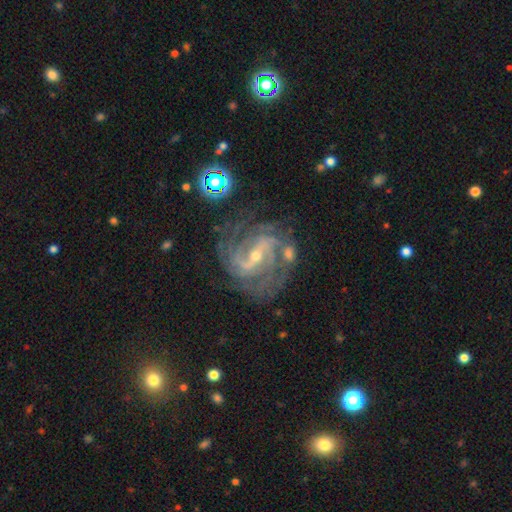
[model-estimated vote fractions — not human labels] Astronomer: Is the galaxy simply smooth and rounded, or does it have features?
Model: featured or disk — 90%.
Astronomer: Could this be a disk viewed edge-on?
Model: no — 97%.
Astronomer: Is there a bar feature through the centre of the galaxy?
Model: strong — 47% (runner-up: weak, 39%).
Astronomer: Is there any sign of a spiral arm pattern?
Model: yes — 97%.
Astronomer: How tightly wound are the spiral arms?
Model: tight — 48% (runner-up: medium, 42%).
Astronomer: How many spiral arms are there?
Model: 2 — 33% (runner-up: 3, 22%).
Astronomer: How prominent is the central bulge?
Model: small — 67%.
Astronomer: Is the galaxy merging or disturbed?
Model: none — 66%.